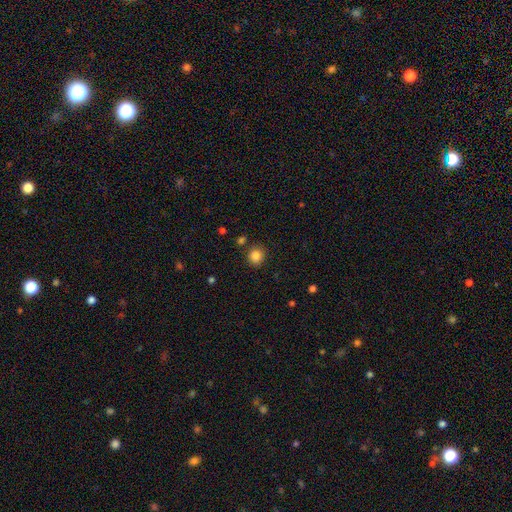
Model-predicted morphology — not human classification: Q: Smooth or featured?
A: smooth (85%); runner-up: star or artifact (10%)
Q: How rounded?
A: round (84%); runner-up: in between (15%)
Q: Merging?
A: none (85%); runner-up: minor disturbance (9%)